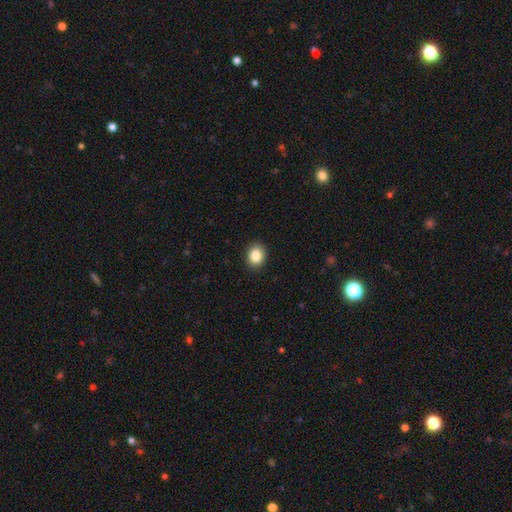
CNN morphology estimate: Smooth or featured: smooth — 86% (star or artifact — 9%)
How rounded: round — 51% (in between — 48%)
Merging: none — 90% (minor disturbance — 7%)